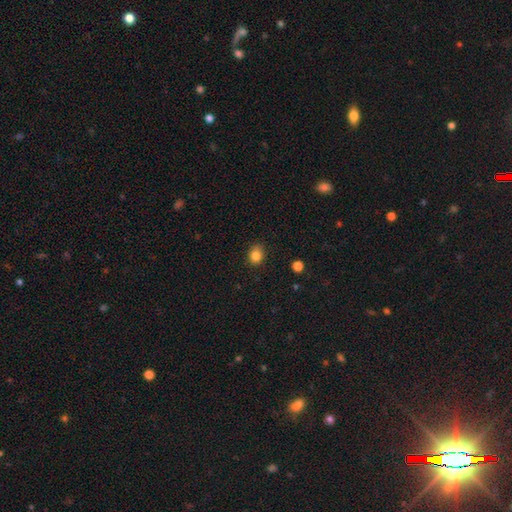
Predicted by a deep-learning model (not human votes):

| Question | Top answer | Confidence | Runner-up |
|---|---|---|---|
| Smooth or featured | smooth | 83% | star or artifact (11%) |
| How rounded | round | 62% | in between (38%) |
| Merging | none | 83% | minor disturbance (13%) |